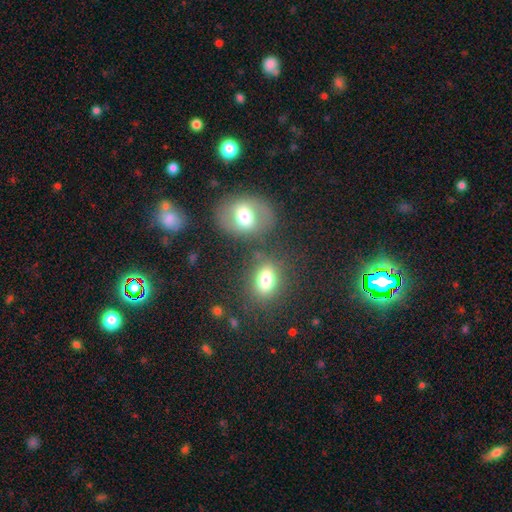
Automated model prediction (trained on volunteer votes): Smooth or featured? smooth (52%)
How rounded? in between (55%)
Merging? none (73%)